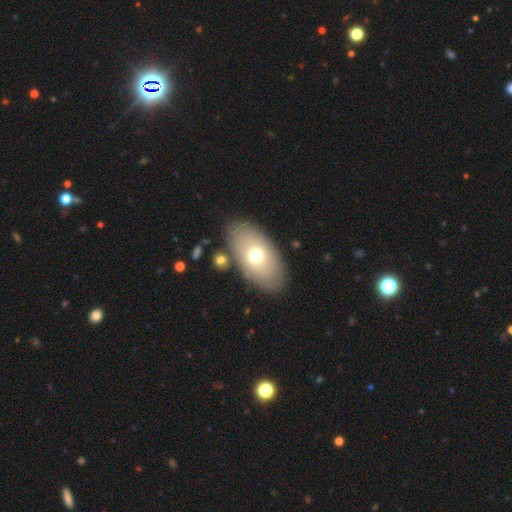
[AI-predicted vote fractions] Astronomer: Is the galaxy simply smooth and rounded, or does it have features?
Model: smooth — 66%.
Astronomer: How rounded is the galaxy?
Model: in between — 93%.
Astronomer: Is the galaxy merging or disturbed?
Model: none — 82%.